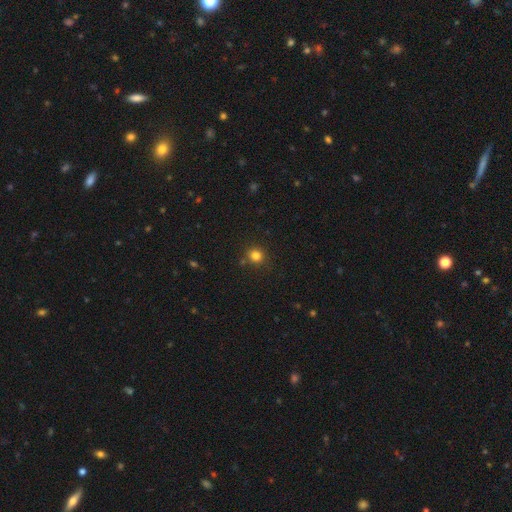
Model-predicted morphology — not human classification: Overall: smooth (81%). How rounded: round (90%). Merging: none (84%).